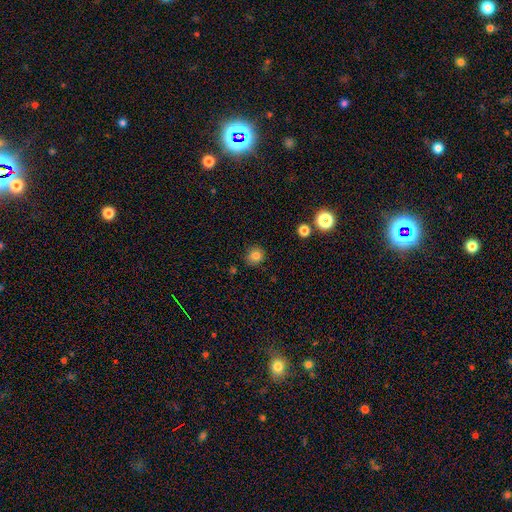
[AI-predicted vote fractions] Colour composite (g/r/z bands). It shows a smooth galaxy with no disk features (83%) that is round (86%). Merging: none (86%).